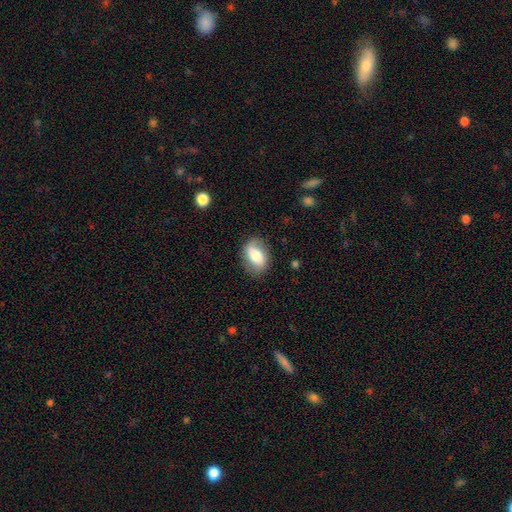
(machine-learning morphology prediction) The model was most divided on "smooth or featured": smooth: 56%, featured or disk: 36%, star or artifact: 7%. More confident: how rounded — in between (82%); merging — none (82%).